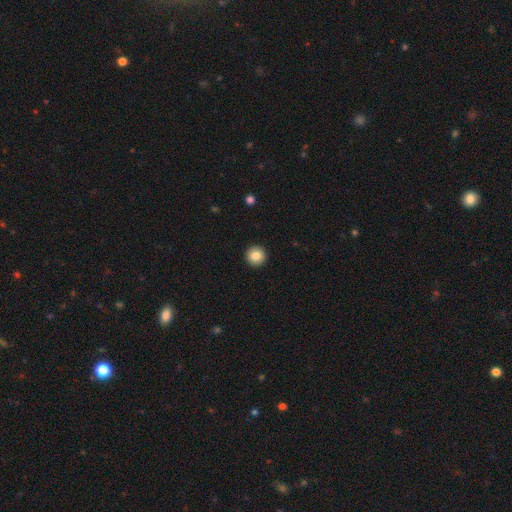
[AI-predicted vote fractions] smooth 84%, star or artifact 9%, featured or disk 7%. Down the decision tree: how rounded — round (95%); merging — none (94%).